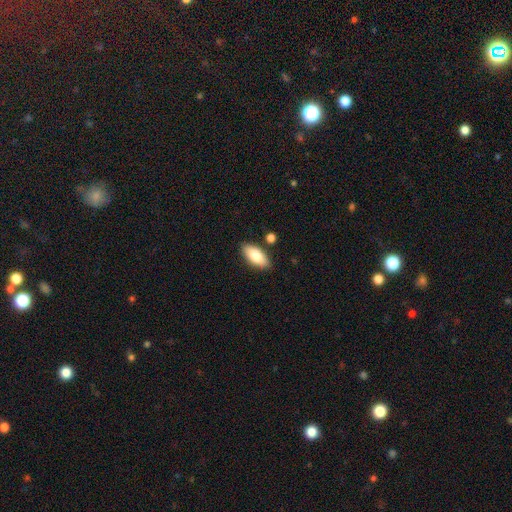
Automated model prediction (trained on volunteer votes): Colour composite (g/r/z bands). It shows a smooth galaxy with no disk features (79%) that is in between round and cigar-shaped (88%). Merging: none (83%).